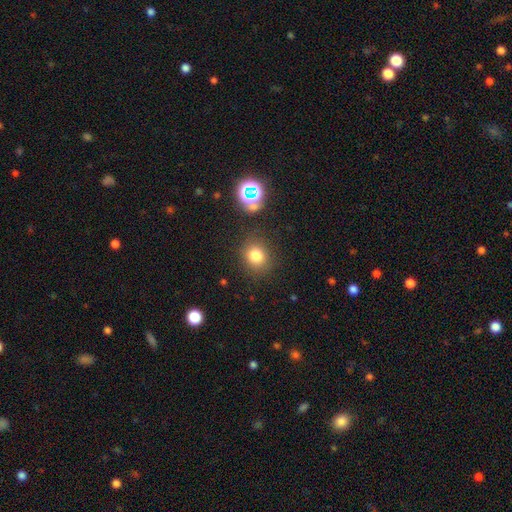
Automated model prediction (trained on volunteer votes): Overall: smooth (77%). How rounded: round (78%). Merging: none (83%).